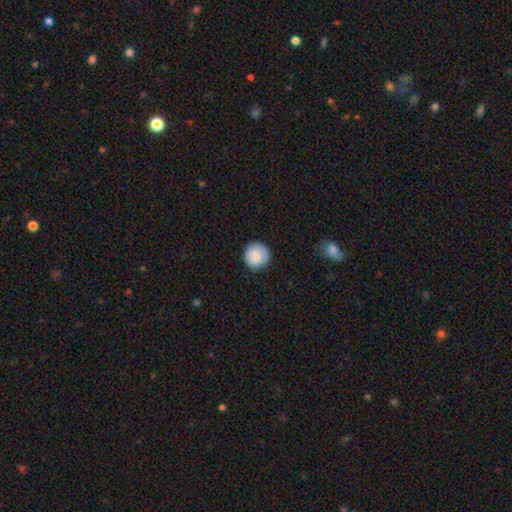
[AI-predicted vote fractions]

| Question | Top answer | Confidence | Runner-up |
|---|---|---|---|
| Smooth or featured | smooth | 86% | star or artifact (7%) |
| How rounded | round | 95% | in between (4%) |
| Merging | none | 89% | minor disturbance (8%) |